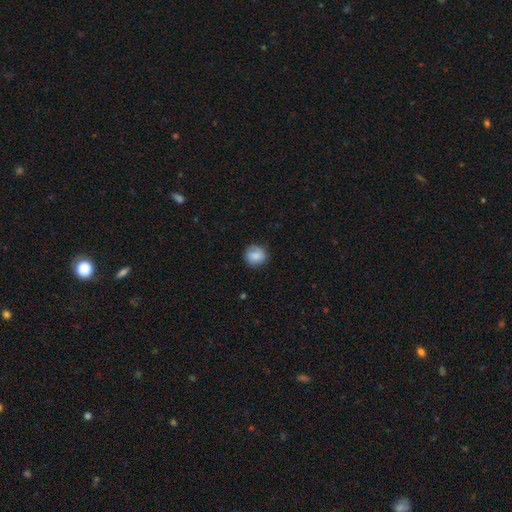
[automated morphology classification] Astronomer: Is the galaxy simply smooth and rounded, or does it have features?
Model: smooth — 81%.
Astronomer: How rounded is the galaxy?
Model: round — 85%.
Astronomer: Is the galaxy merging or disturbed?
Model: none — 80%.